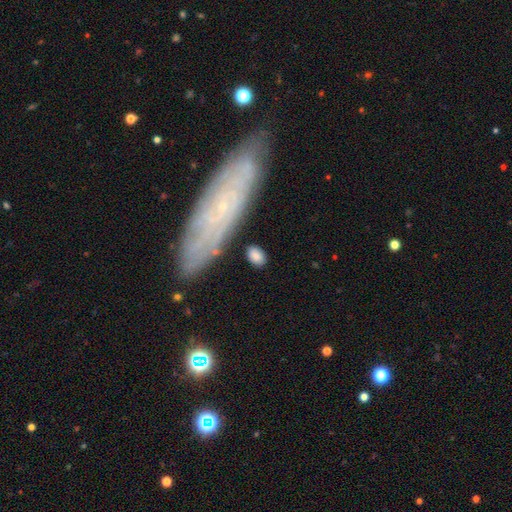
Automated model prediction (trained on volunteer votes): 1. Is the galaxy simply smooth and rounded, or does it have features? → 81% smooth, 13% featured or disk, 6% star or artifact.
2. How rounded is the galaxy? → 86% in between, 11% round, 3% cigar-shaped.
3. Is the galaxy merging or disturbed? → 79% none, 13% minor disturbance, 4% major disturbance, 4% merger.